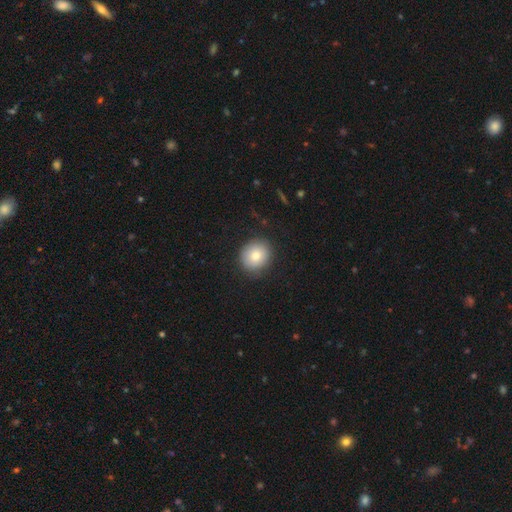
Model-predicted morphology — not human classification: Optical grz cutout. It shows a smooth galaxy with no disk features (79%) that is round (81%). Merging: none (86%).